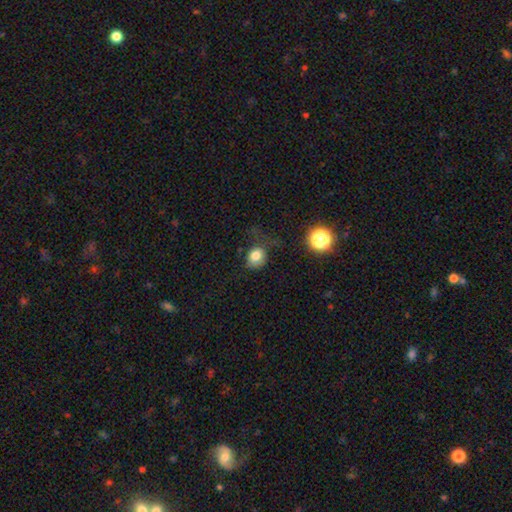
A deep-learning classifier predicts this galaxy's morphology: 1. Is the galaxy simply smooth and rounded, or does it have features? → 79% smooth, 12% star or artifact, 9% featured or disk.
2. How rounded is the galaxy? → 67% round, 32% in between, 1% cigar-shaped.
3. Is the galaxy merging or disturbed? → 48% none, 28% minor disturbance, 21% major disturbance, 3% merger.